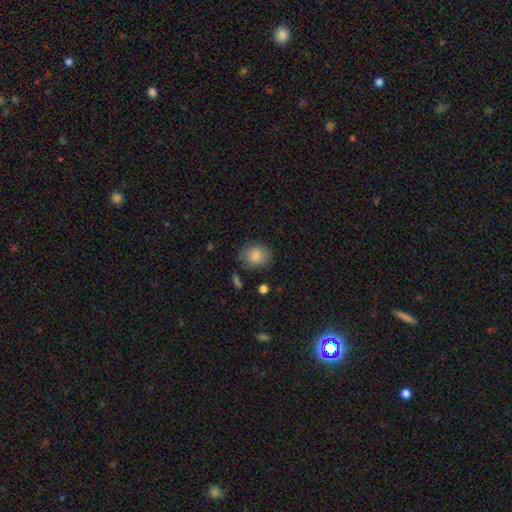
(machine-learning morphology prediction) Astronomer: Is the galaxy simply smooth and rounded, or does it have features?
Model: smooth — 81%.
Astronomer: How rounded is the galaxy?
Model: round — 62%.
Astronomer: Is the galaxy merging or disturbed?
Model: none — 74%.